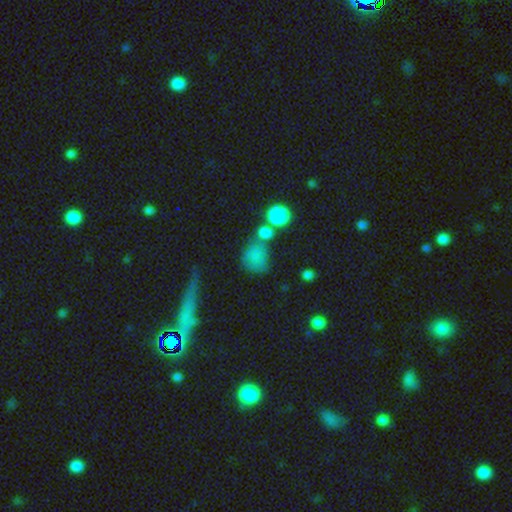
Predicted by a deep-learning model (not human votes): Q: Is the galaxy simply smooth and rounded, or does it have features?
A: smooth — 77%.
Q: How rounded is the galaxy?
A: round — 66%.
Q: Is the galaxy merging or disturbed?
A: none — 45%.